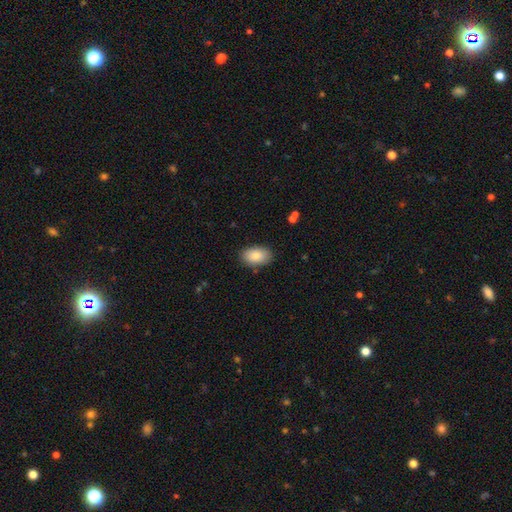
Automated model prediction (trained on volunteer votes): A smooth galaxy with no disk features (86%) that is in between round and cigar-shaped (92%).

Vote fractions:
- Smooth or featured? smooth: 86% / featured or disk: 8% / star or artifact: 7%
- How rounded? in between: 92% / round: 7% / cigar-shaped: 1%
- Merging? none: 86% / minor disturbance: 10% / major disturbance: 2% / merger: 1%